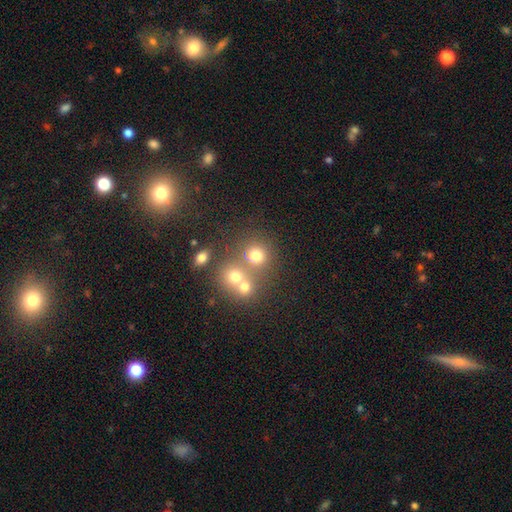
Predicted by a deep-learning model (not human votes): Smooth or featured? Predicted: smooth (p=0.72). How rounded? Predicted: round (p=0.85). Merging? Predicted: none (p=0.57).